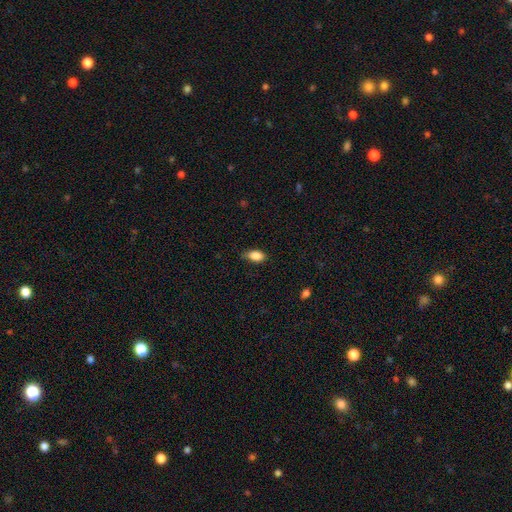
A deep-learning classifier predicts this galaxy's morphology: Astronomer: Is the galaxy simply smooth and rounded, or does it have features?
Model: smooth — 87%.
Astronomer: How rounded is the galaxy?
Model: in between — 89%.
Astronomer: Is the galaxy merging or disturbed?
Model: none — 69%.